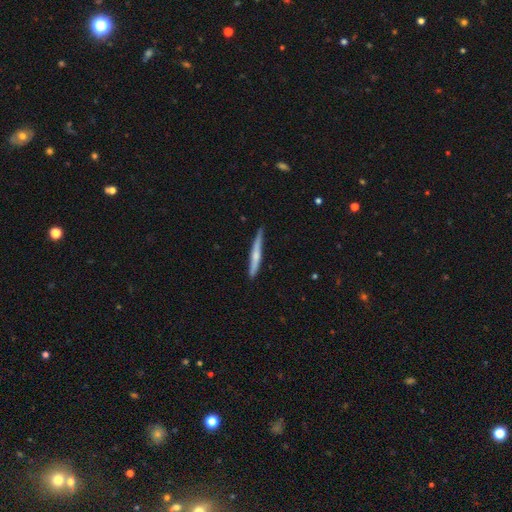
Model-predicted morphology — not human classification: Q: Smooth or featured?
A: featured or disk (50%); runner-up: smooth (44%)
Q: Edge-on disk?
A: yes (96%); runner-up: no (4%)
Q: Merging?
A: none (84%); runner-up: minor disturbance (12%)